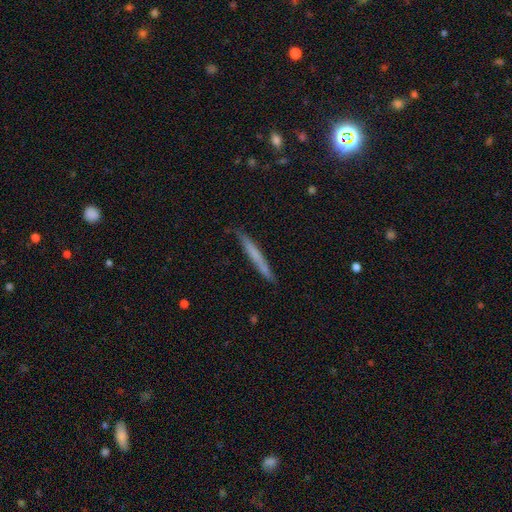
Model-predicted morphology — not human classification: Q: Smooth or featured?
A: smooth (57%); runner-up: featured or disk (37%)
Q: How rounded?
A: cigar-shaped (97%); runner-up: in between (2%)
Q: Merging?
A: none (87%); runner-up: minor disturbance (10%)